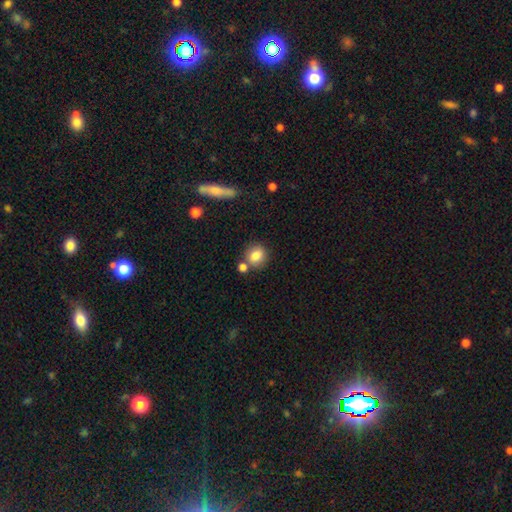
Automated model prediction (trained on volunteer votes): Q: Smooth or featured?
A: smooth (83%); runner-up: star or artifact (9%)
Q: How rounded?
A: round (75%); runner-up: in between (23%)
Q: Merging?
A: none (71%); runner-up: merger (15%)